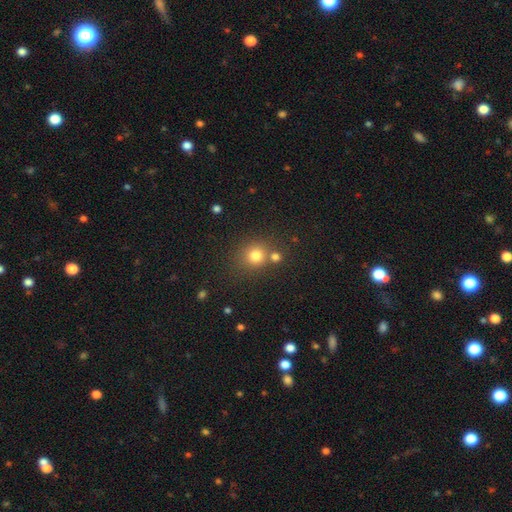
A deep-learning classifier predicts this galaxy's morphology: This appears to be a smooth galaxy with no disk features (78%) that is round (85%). Merging: none (67%).